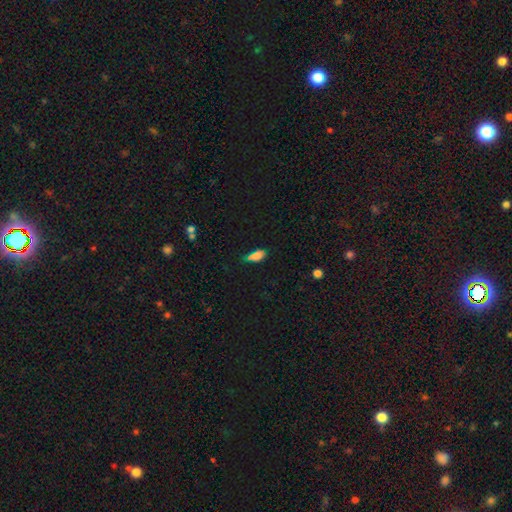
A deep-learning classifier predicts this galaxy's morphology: Smooth or featured: smooth — 77% (star or artifact — 15%)
How rounded: in between — 86% (cigar-shaped — 8%)
Merging: none — 53% (minor disturbance — 32%)